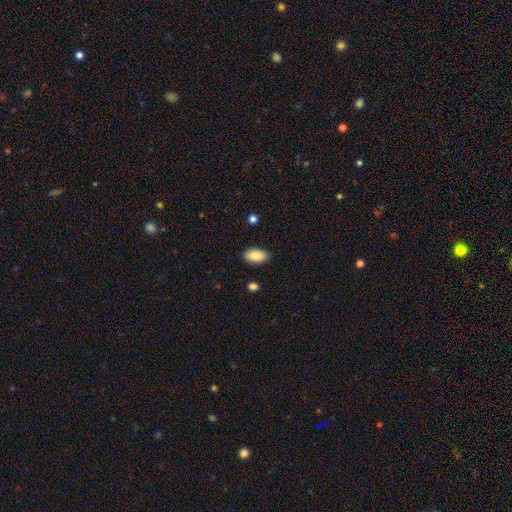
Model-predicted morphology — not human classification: Q: Smooth or featured?
A: smooth (86%); runner-up: featured or disk (7%)
Q: How rounded?
A: in between (94%); runner-up: round (3%)
Q: Merging?
A: none (88%); runner-up: minor disturbance (8%)